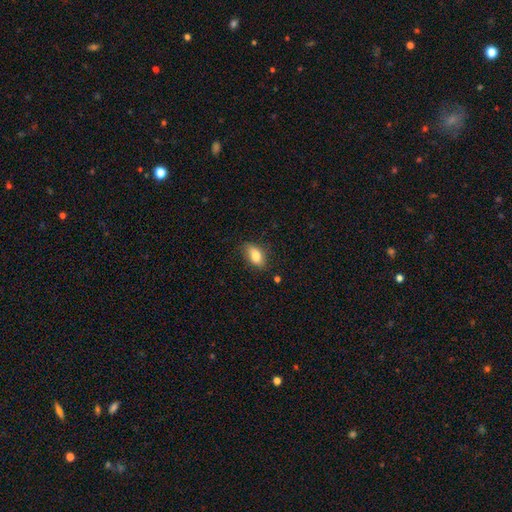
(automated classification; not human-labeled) This is clearly a smooth galaxy (81%). How rounded: clearly in between (88%). Merging: likely none (75%).